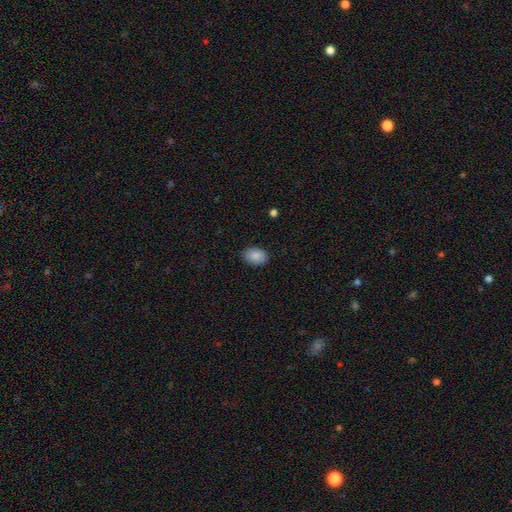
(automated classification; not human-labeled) This appears to be a smooth galaxy with no disk features (89%) that is in between round and cigar-shaped (86%). Merging: none (87%).